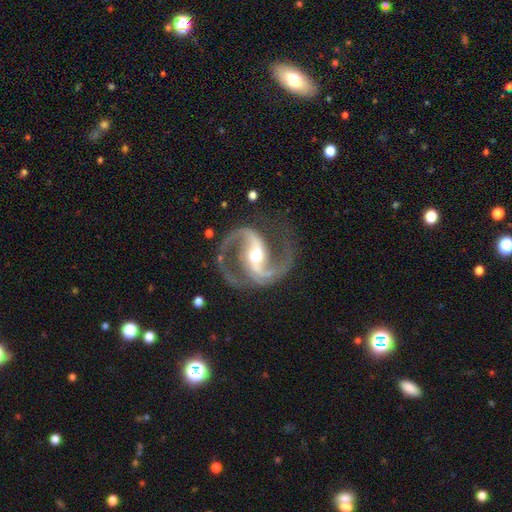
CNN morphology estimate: Smooth or featured: featured or disk — 94% (star or artifact — 4%)
Edge-on disk: no — 98% (yes — 2%)
Bar: strong — 47% (weak — 34%)
Spiral arms: yes — 99% (no — 1%)
Spiral winding: medium — 66% (loose — 22%)
Spiral arm count: 2 — 95% (3 — 1%)
Bulge size: moderate — 63% (small — 31%)
Merging: none — 81% (minor disturbance — 12%)